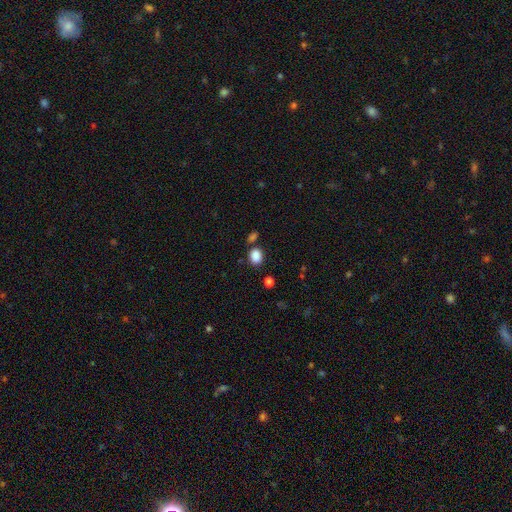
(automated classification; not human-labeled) smooth 87%, star or artifact 10%, featured or disk 4%. Down the decision tree: how rounded — in between (56%); merging — none (73%).